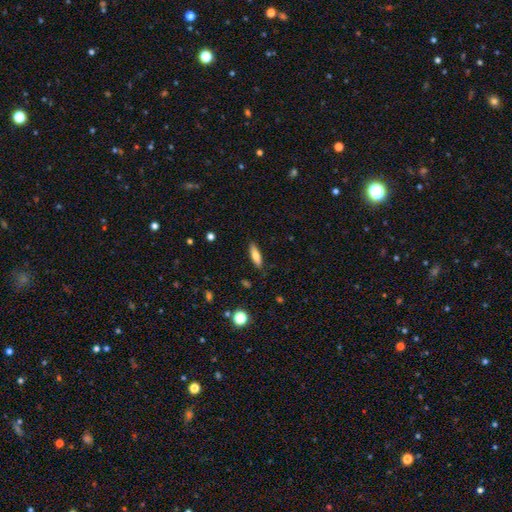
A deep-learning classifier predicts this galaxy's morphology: smooth 76%, featured or disk 17%, star or artifact 7%. Down the decision tree: how rounded — cigar-shaped (55%); merging — none (85%).